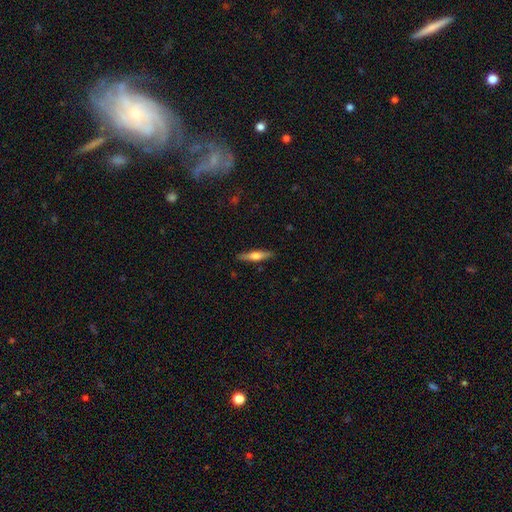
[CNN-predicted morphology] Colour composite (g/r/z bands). It shows a smooth galaxy with no disk features (47%, tied with featured or disk). Merging: none (89%).